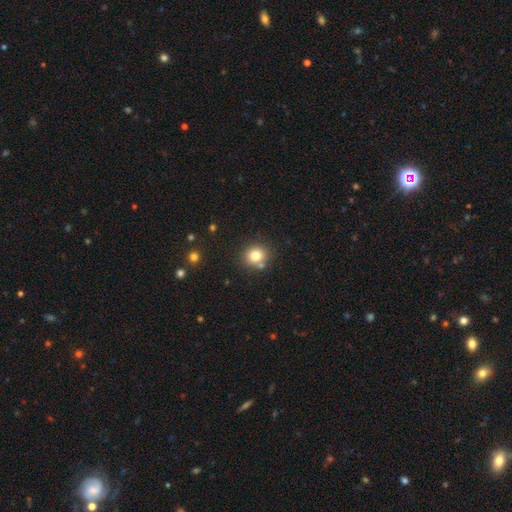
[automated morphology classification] smooth-or-featured: smooth: 79% | star or artifact: 12% | featured or disk: 9%
  how-rounded: round: 82% | in between: 17% | cigar-shaped: 1%
  merging: none: 76% | merger: 12% | minor disturbance: 10% | major disturbance: 3%